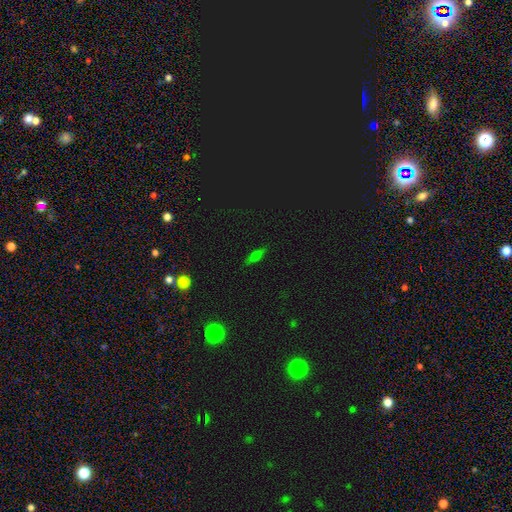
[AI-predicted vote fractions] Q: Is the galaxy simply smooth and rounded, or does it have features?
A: smooth — 50%.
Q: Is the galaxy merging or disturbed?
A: none — 85%.